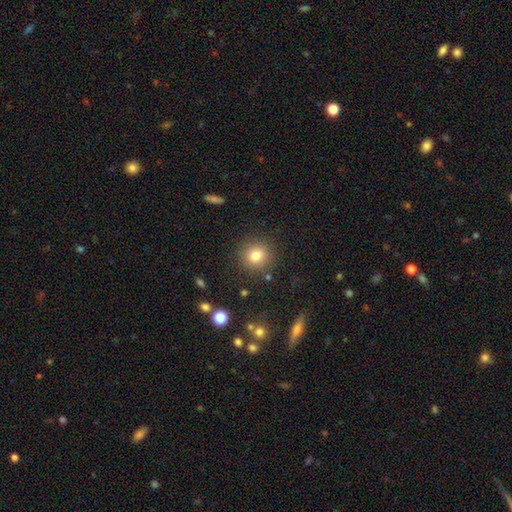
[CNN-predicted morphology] smooth_or_featured: smooth (p=0.81) [alt: star or artifact p=0.12]
how_rounded: round (p=0.91) [alt: in between p=0.09]
merging: none (p=0.87) [alt: minor disturbance p=0.07]